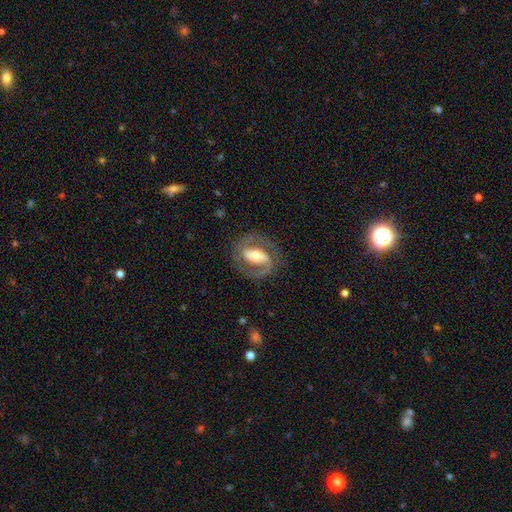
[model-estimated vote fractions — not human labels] Smooth or featured?
  - featured or disk: 81% *
  - smooth: 13%
  - star or artifact: 5%
Edge-on disk?
  - no: 96% *
  - yes: 4%
Bar?
  - strong: 49% *
  - weak: 32%
  - no: 19%
Spiral arms?
  - yes: 88% *
  - no: 12%
Spiral winding?
  - medium: 53% *
  - tight: 29%
  - loose: 18%
Spiral arm count?
  - 2: 86% *
  - 1: 7%
  - can't tell: 5%
  - 3: 1%
  - 4: 1%
  - more than 4: 1%
Bulge size?
  - moderate: 61% *
  - small: 25%
  - large: 12%
  - dominant: 1%
  - none: 1%
Merging?
  - none: 79% *
  - minor disturbance: 12%
  - major disturbance: 8%
  - merger: 1%